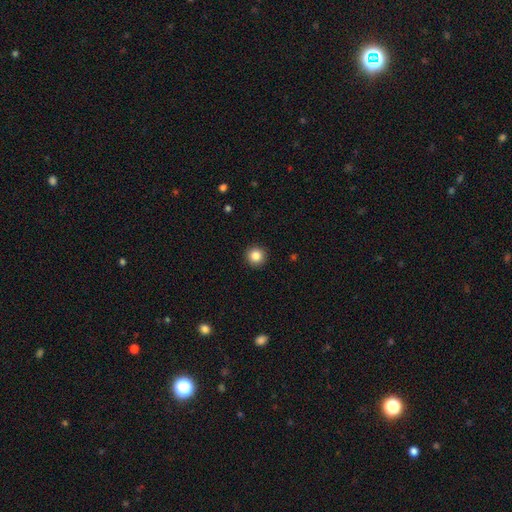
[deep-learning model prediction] Smooth or featured: smooth — 85% (star or artifact — 10%)
How rounded: round — 96% (in between — 4%)
Merging: none — 93% (minor disturbance — 4%)